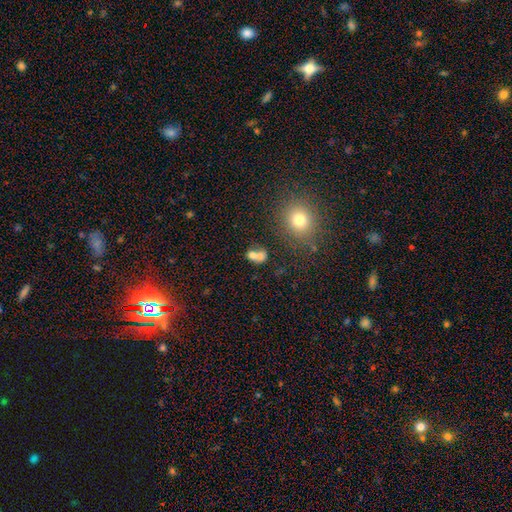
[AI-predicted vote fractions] A smooth galaxy with no disk features (70%) that is in between round and cigar-shaped (52%). Merging: merger (58%).